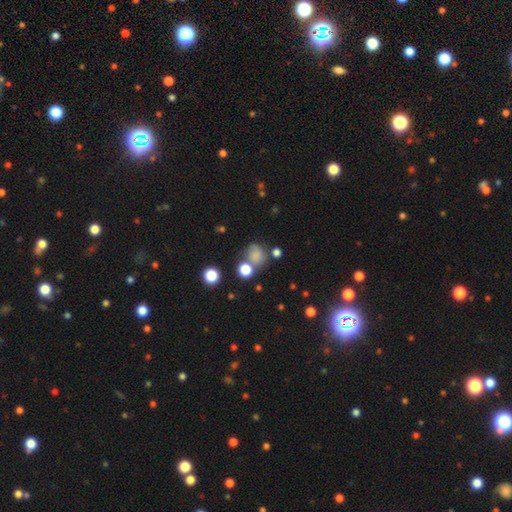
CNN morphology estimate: Q: Smooth or featured?
A: smooth (70%); runner-up: star or artifact (17%)
Q: How rounded?
A: round (70%); runner-up: in between (29%)
Q: Merging?
A: none (53%); runner-up: minor disturbance (19%)